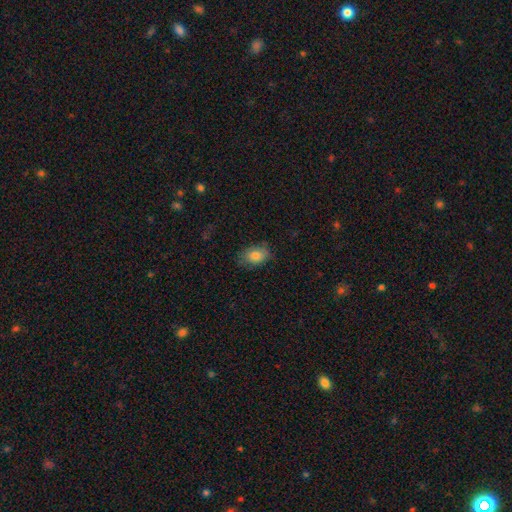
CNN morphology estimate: smooth 80%, featured or disk 12%, star or artifact 8%. Down the decision tree: how rounded — in between (85%); merging — none (75%).